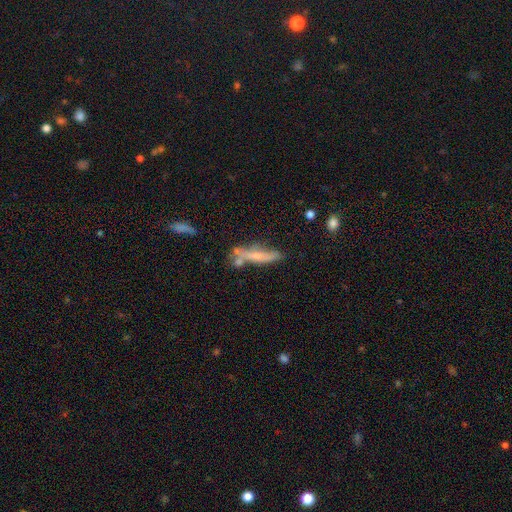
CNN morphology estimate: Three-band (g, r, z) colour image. It shows a smooth galaxy with no disk features (47%). Merging: none (55%).